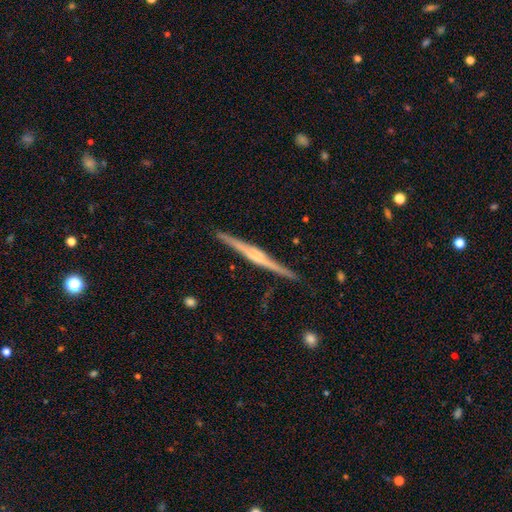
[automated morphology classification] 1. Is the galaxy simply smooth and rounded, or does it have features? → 81% featured or disk, 13% smooth, 5% star or artifact.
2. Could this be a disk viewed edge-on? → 98% yes, 2% no.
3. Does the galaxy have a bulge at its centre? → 53% rounded, 30% boxy, 16% none.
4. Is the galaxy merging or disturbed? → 90% none, 7% minor disturbance, 1% major disturbance, 1% merger.